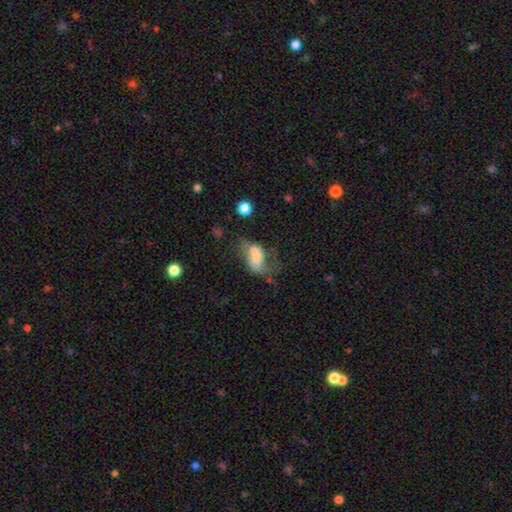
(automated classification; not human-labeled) Q: Smooth or featured?
A: smooth (50%); runner-up: featured or disk (39%)
Q: How rounded?
A: in between (82%); runner-up: round (15%)
Q: Merging?
A: merger (35%); runner-up: major disturbance (33%)